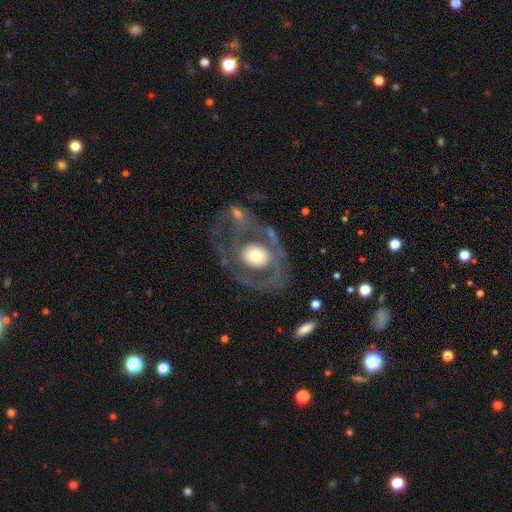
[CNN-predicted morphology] type=featured or disk (68%); edge-on=no (96%); bar=no (79%); spiral arms=yes (56%); bulge=moderate (50%); merging=none (46%).